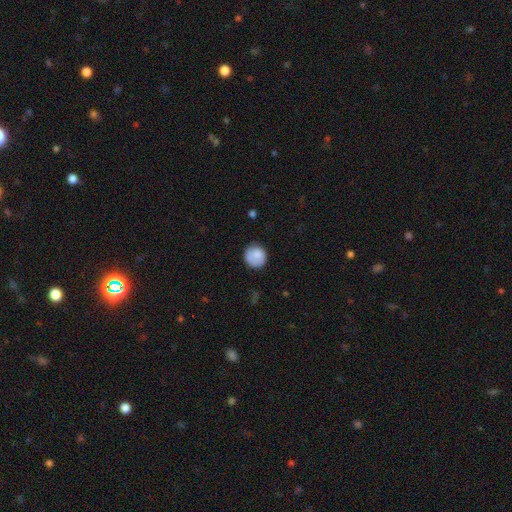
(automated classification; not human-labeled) A smooth galaxy with no disk features (82%) that is round (87%). Merging: none (72%).